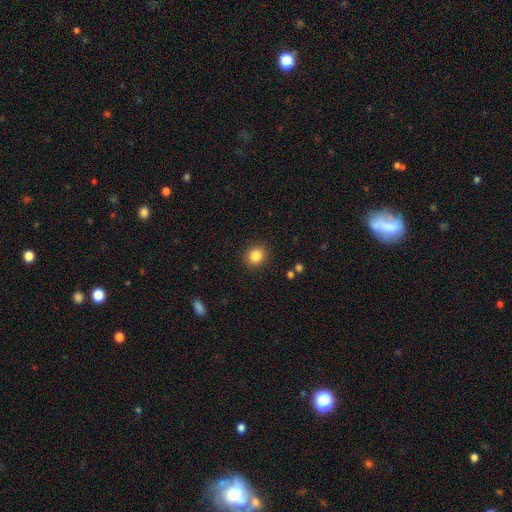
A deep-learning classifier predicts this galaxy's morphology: The model was most divided on "how rounded": round: 86%, in between: 13%, cigar-shaped: 1%. More confident: merging — none (91%); smooth or featured — smooth (84%).